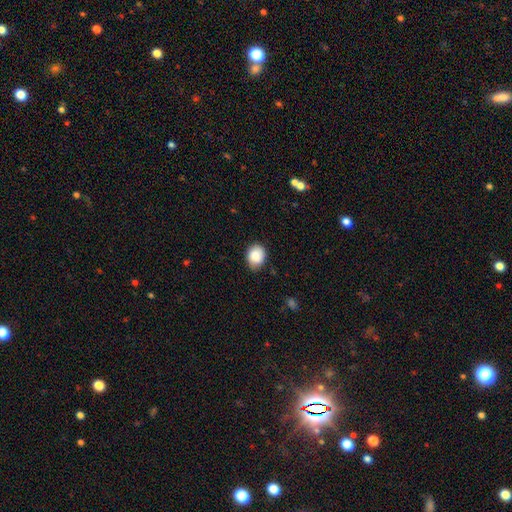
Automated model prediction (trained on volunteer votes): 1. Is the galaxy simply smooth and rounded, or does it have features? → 87% smooth, 8% star or artifact, 5% featured or disk.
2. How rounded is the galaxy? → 50% in between, 49% round, 1% cigar-shaped.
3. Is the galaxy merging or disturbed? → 76% none, 19% minor disturbance, 3% major disturbance, 1% merger.